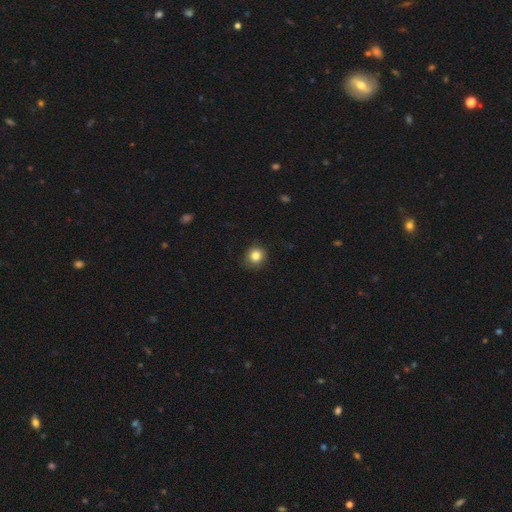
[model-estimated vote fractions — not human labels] A smooth galaxy with no disk features (83%) that is round (89%). Merging: none (87%).